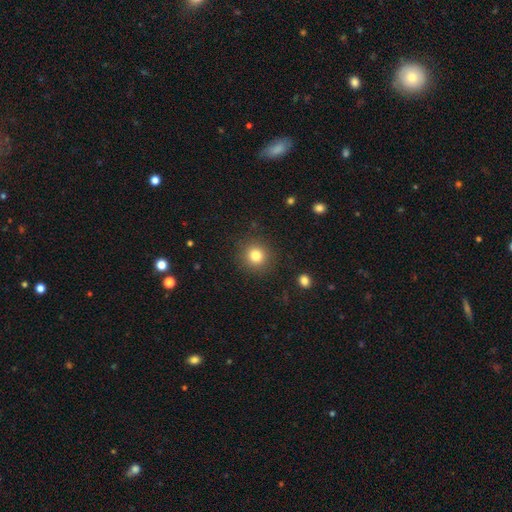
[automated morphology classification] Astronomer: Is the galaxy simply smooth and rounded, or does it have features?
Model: smooth — 81%.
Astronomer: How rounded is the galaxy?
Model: round — 92%.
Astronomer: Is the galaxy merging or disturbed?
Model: none — 89%.